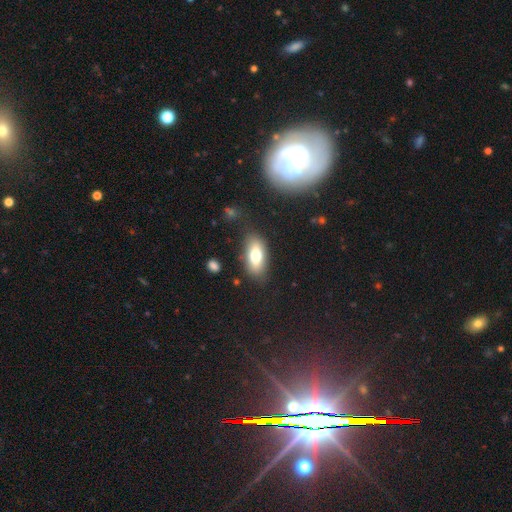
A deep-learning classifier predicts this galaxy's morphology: type=smooth (72%); roundness=in between (86%); merging=none (80%).